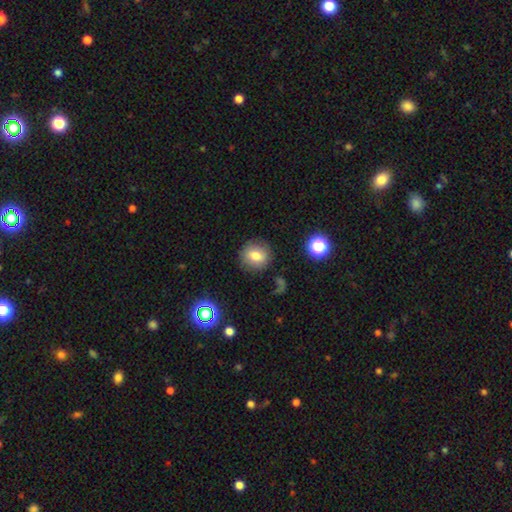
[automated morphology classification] Smooth or featured? smooth (75%)
How rounded? round (87%)
Merging? none (85%)